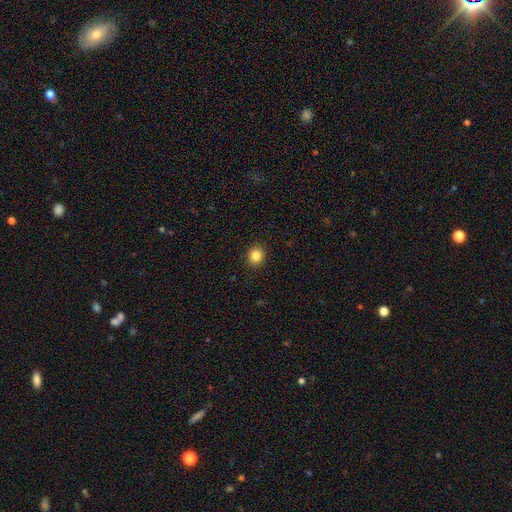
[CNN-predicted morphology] smooth 85%, star or artifact 11%, featured or disk 4%. Down the decision tree: how rounded — round (80%); merging — none (91%).